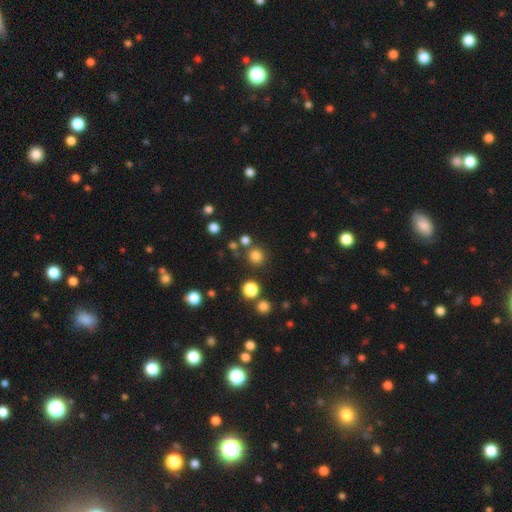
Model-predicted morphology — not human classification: Smooth or featured? Predicted: smooth (p=0.79). How rounded? Predicted: round (p=0.92). Merging? Predicted: none (p=0.82).